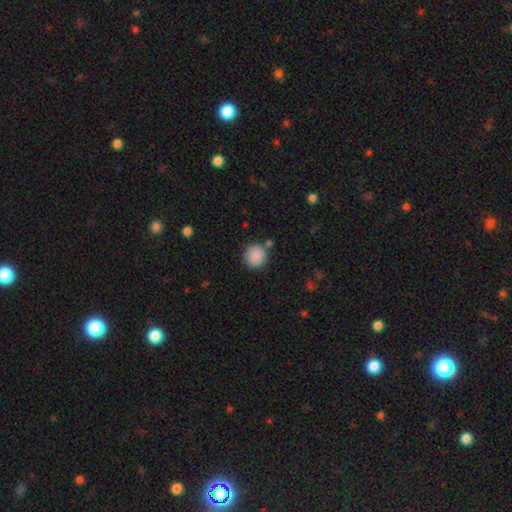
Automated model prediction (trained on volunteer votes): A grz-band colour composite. It shows a smooth galaxy with no disk features (88%) that is round (91%). Merging: none (81%).